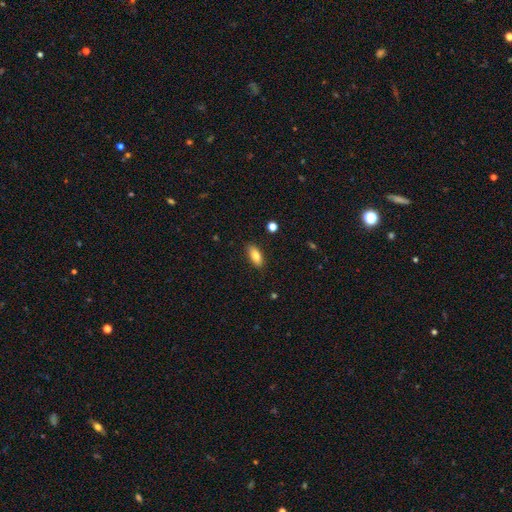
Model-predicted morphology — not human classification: Q: Smooth or featured?
A: smooth (80%); runner-up: featured or disk (12%)
Q: How rounded?
A: in between (84%); runner-up: cigar-shaped (13%)
Q: Merging?
A: none (87%); runner-up: minor disturbance (10%)